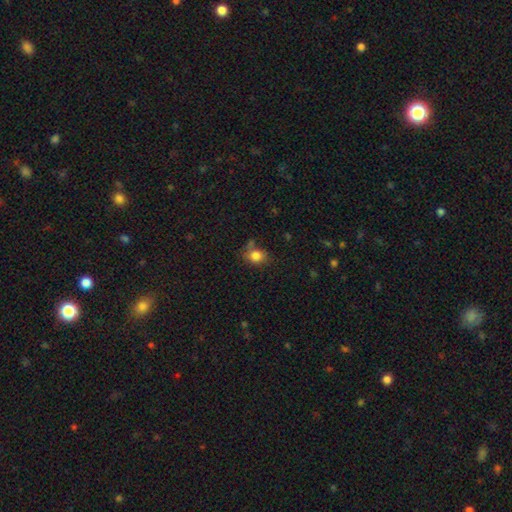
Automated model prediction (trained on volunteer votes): Q: Smooth or featured?
A: smooth (82%); runner-up: star or artifact (11%)
Q: How rounded?
A: round (54%); runner-up: in between (45%)
Q: Merging?
A: none (61%); runner-up: minor disturbance (22%)